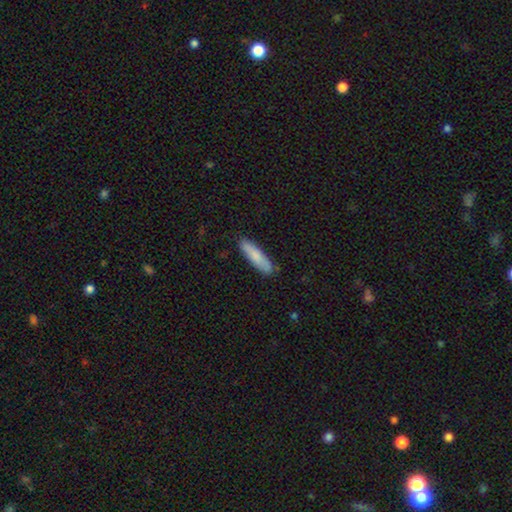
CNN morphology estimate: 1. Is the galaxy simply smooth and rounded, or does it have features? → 78% smooth, 16% featured or disk, 5% star or artifact.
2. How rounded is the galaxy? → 73% cigar-shaped, 26% in between, 2% round.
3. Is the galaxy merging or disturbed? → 85% none, 11% minor disturbance, 2% major disturbance, 1% merger.